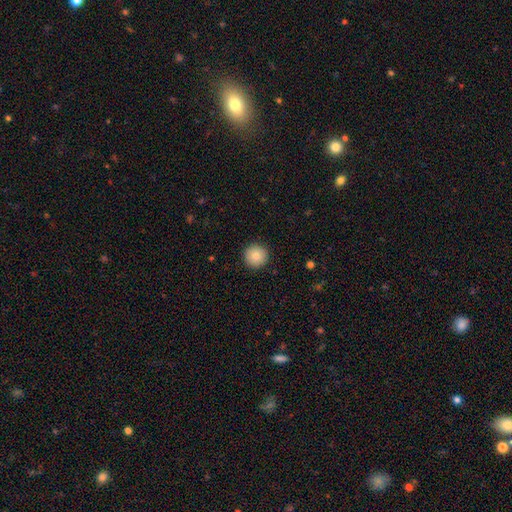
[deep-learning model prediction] Overall: smooth (87%). How rounded: round (96%). Merging: none (93%).